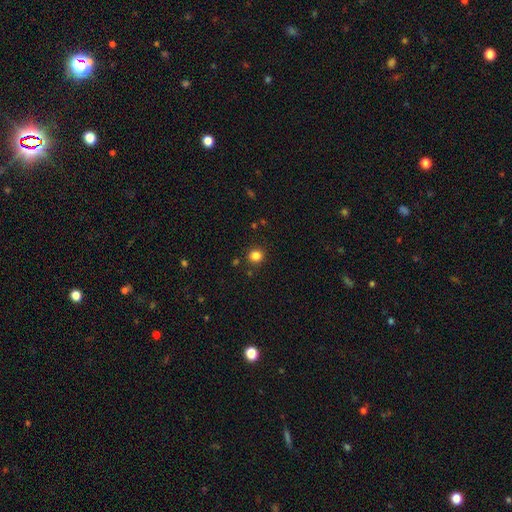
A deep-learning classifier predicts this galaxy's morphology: Smooth or featured? Predicted: smooth (p=0.83). How rounded? Predicted: round (p=0.87). Merging? Predicted: none (p=0.89).